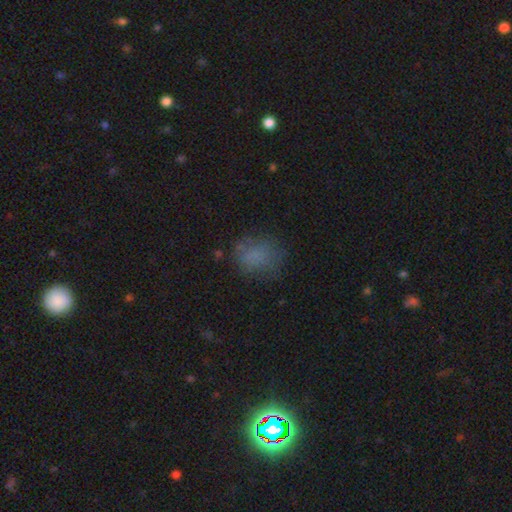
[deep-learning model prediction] Smooth or featured? Predicted: smooth (p=0.71). How rounded? Predicted: round (p=0.56). Merging? Predicted: none (p=0.64).